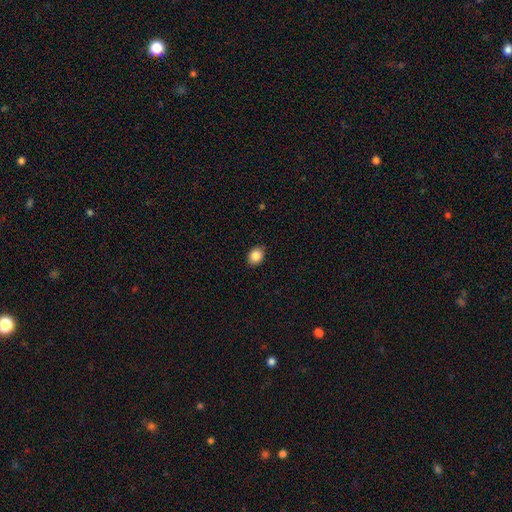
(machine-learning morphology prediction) This is clearly a smooth galaxy (86%). How rounded: possibly in between (56%). Merging: clearly none (87%).